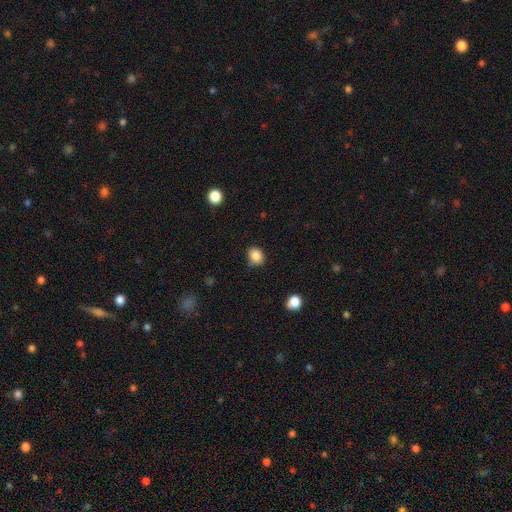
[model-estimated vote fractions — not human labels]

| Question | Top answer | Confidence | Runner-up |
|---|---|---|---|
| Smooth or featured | smooth | 86% | star or artifact (10%) |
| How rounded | round | 56% | in between (43%) |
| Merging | none | 74% | minor disturbance (20%) |